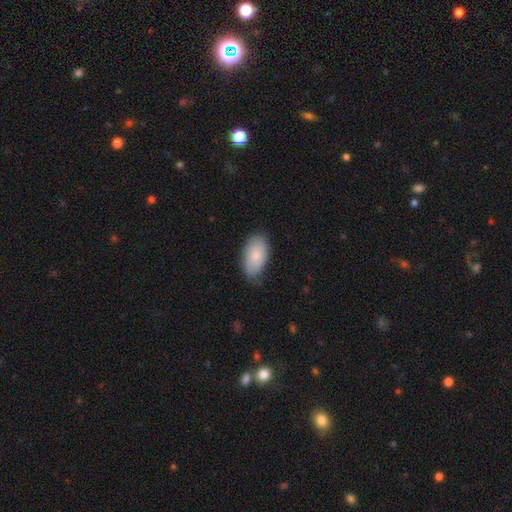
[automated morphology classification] type=smooth (80%); roundness=in between (95%); merging=none (74%).